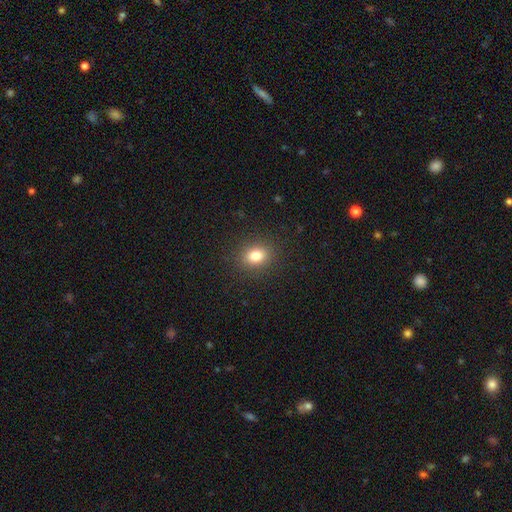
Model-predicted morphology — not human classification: Smooth or featured?
  - smooth: 81% *
  - star or artifact: 12%
  - featured or disk: 7%
How rounded?
  - round: 50% *
  - in between: 49%
  - cigar-shaped: 1%
Merging?
  - none: 89% *
  - minor disturbance: 8%
  - major disturbance: 3%
  - merger: 1%